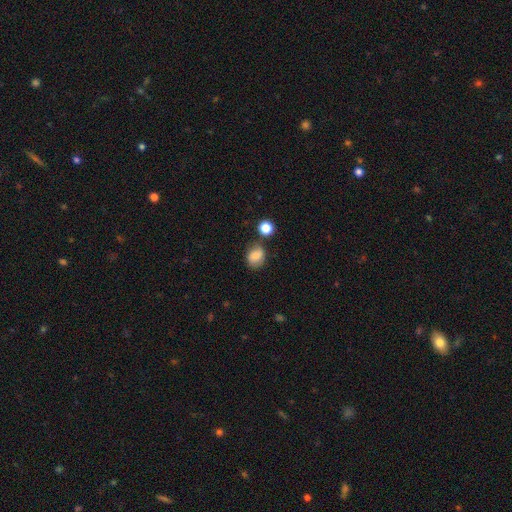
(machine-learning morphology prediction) The model was most divided on "how rounded": round: 54%, in between: 44%, cigar-shaped: 1%. More confident: smooth or featured — smooth (80%); merging — none (68%).